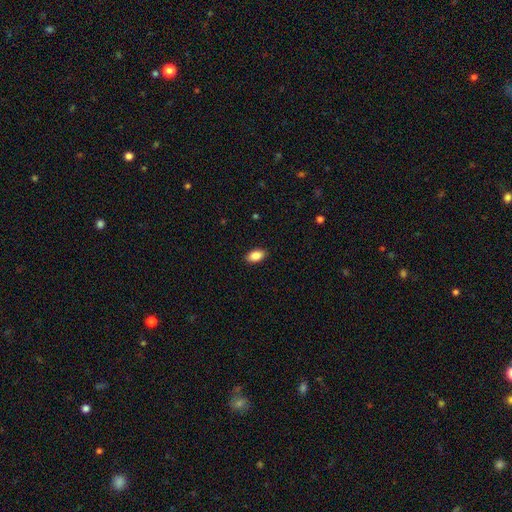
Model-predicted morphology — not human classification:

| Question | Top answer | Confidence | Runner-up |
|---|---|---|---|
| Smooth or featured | smooth | 87% | star or artifact (7%) |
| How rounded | in between | 92% | round (5%) |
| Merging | none | 89% | minor disturbance (8%) |